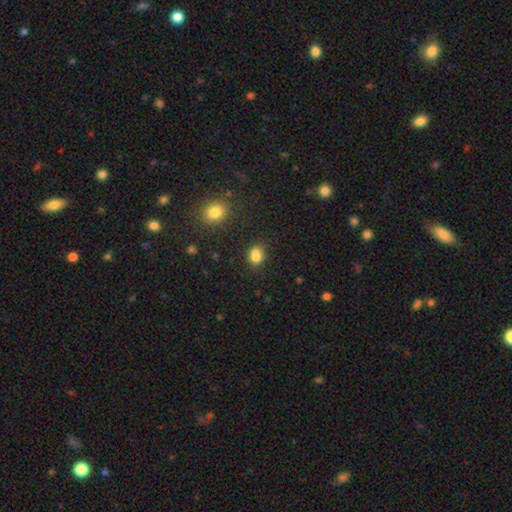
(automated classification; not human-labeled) A smooth galaxy with no disk features (78%) that is in between round and cigar-shaped (51%). Merging: none (46%).